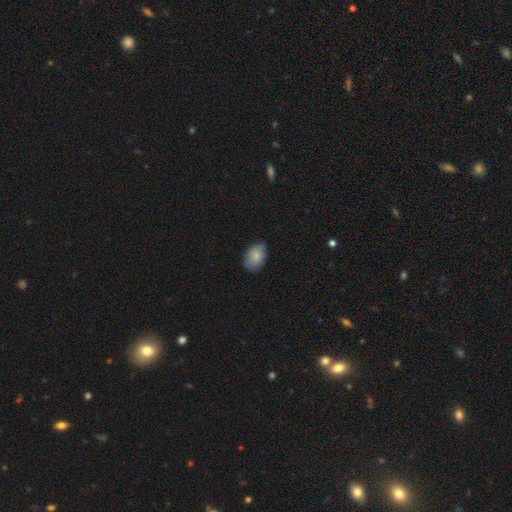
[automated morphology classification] Smooth or featured? smooth (85%)
How rounded? in between (83%)
Merging? none (74%)